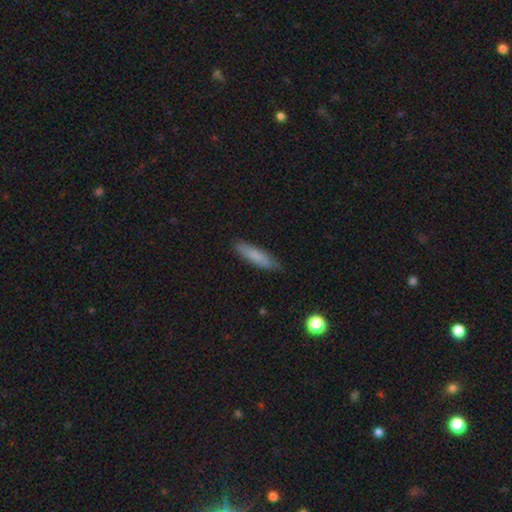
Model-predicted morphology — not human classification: Smooth or featured? smooth (81%)
How rounded? cigar-shaped (76%)
Merging? none (86%)